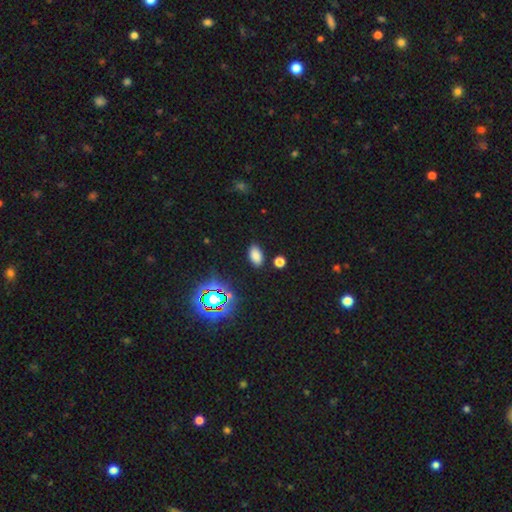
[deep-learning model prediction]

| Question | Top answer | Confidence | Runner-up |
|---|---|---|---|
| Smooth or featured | smooth | 77% | star or artifact (17%) |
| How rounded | in between | 92% | round (6%) |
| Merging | none | 86% | minor disturbance (9%) |